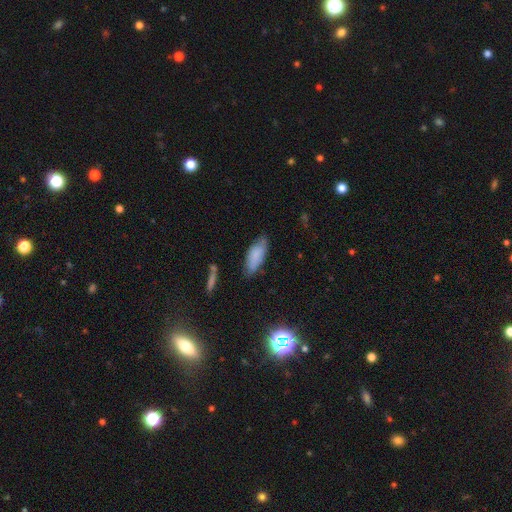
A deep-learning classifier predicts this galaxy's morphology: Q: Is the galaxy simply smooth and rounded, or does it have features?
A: smooth — 78%.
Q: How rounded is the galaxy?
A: in between — 76%.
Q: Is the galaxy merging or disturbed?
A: none — 67%.